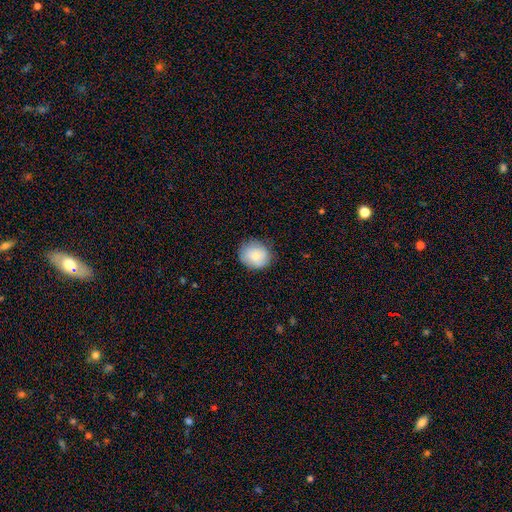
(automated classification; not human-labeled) Smooth or featured? Predicted: smooth (p=0.80). How rounded? Predicted: round (p=0.80). Merging? Predicted: none (p=0.81).